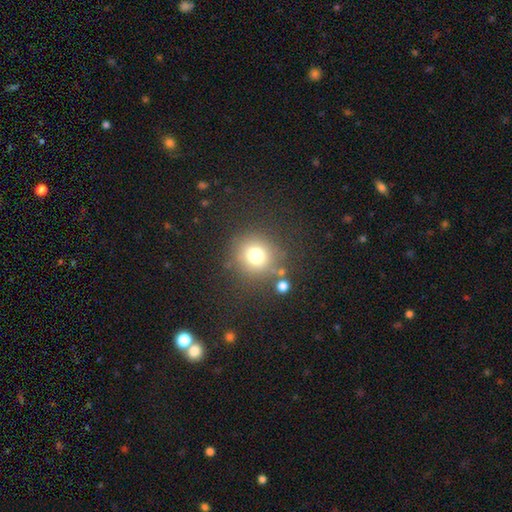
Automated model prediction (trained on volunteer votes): smooth-or-featured: smooth: 75% | star or artifact: 16% | featured or disk: 10%
  how-rounded: round: 92% | in between: 7% | cigar-shaped: 1%
  merging: none: 81% | minor disturbance: 9% | merger: 5% | major disturbance: 5%